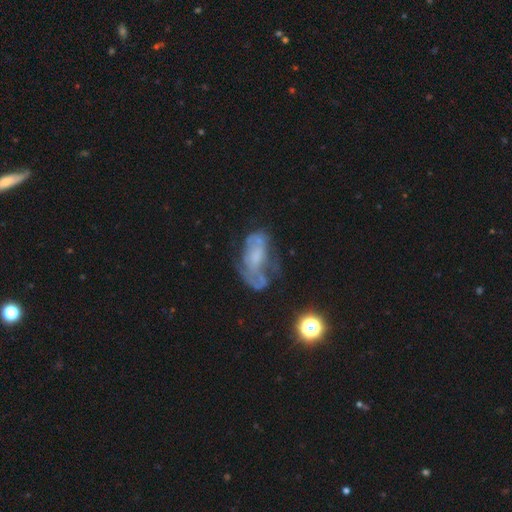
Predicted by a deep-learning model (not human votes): Q: Smooth or featured?
A: featured or disk (62%); runner-up: smooth (24%)
Q: Edge-on disk?
A: no (94%); runner-up: yes (6%)
Q: Bar?
A: no (74%); runner-up: weak (21%)
Q: Spiral arms?
A: no (51%); runner-up: yes (49%)
Q: Bulge size?
A: none (37%); runner-up: small (31%)
Q: Merging?
A: none (38%); runner-up: major disturbance (31%)